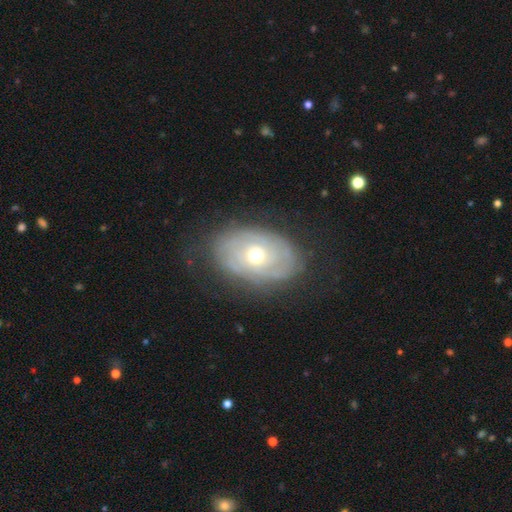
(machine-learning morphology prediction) A featured or disk galaxy (73%) with no bar (84%), tight (77%) spiral arms (74%) and a moderate central bulge (64%). Merging: none (76%).